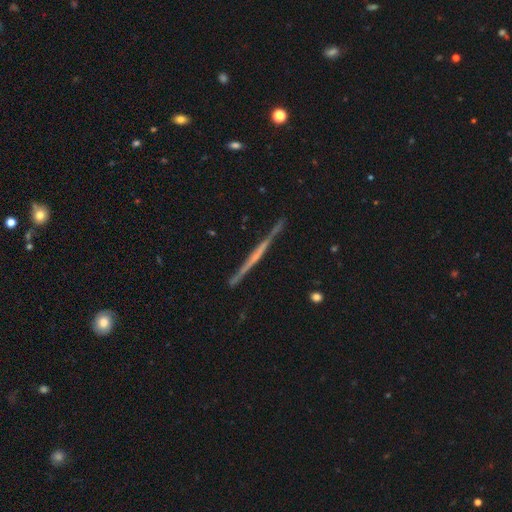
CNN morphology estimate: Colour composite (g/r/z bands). It shows a featured or disk galaxy (73%) viewed edge-on (98%) with no central bulge (71%). Merging: none (90%).